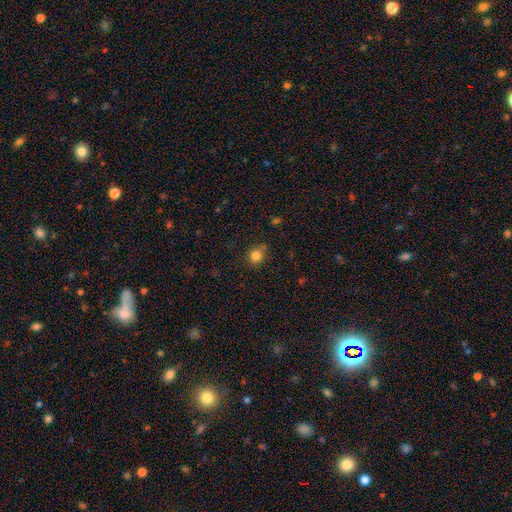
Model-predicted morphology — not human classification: The model was most divided on "merging": none: 75%, minor disturbance: 17%, major disturbance: 4%, merger: 4%. More confident: how rounded — round (83%); smooth or featured — smooth (82%).